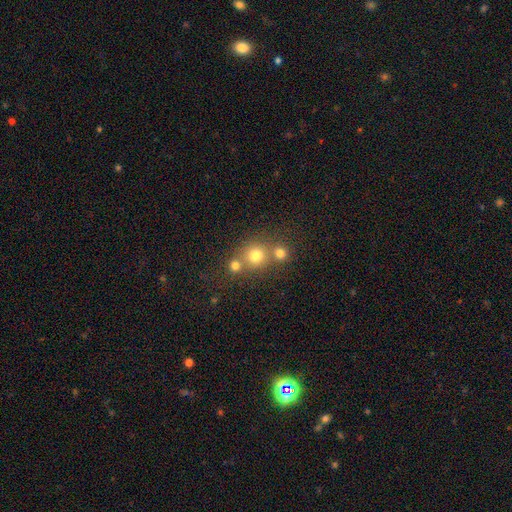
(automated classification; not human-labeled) smooth 75%, star or artifact 16%, featured or disk 9%. Down the decision tree: how rounded — round (88%); merging — none (55%).